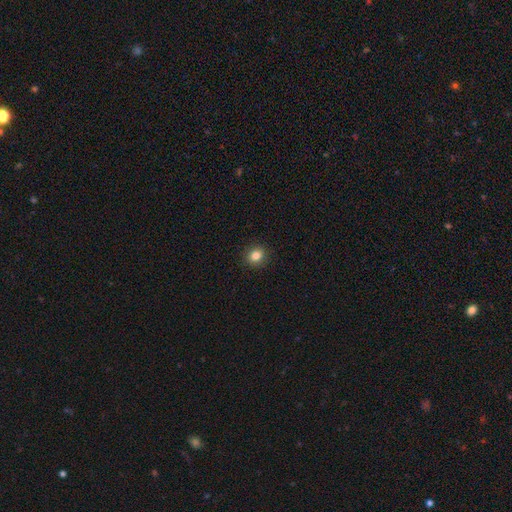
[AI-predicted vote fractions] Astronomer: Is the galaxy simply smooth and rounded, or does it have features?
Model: smooth — 83%.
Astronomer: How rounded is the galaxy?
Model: round — 81%.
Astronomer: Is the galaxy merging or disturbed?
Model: none — 91%.